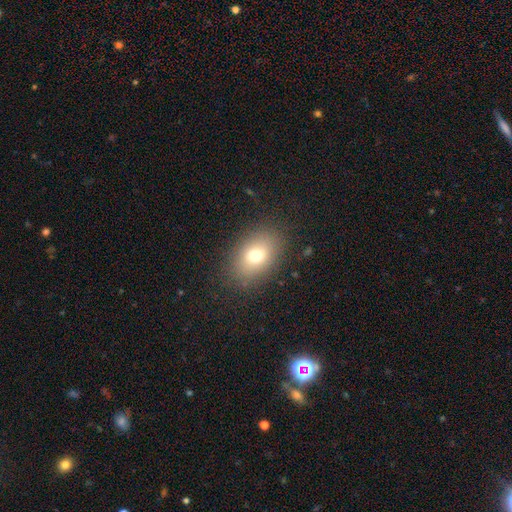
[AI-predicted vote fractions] Morphology: type=smooth (72%); roundness=in between (77%); merging=none (84%).